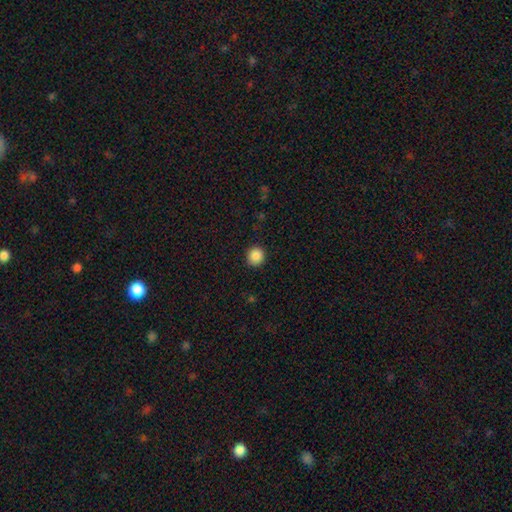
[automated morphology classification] The model was most divided on "smooth or featured": smooth: 87%, star or artifact: 10%, featured or disk: 3%. More confident: how rounded — round (93%); merging — none (92%).